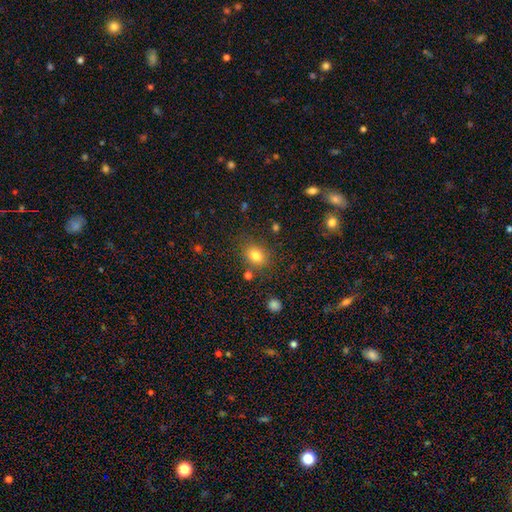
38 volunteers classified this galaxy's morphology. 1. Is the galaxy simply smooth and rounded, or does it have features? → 84% smooth, 13% featured or disk, 3% star or artifact.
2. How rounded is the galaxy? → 78% in between, 22% round, 0% cigar-shaped.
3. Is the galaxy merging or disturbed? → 76% none, 19% minor disturbance, 3% major disturbance, 3% merger.